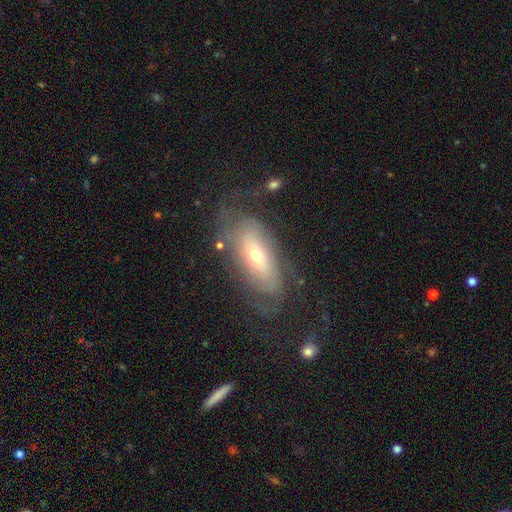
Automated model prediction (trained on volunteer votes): This is likely a featured or disk galaxy (72%). It is clearly not viewed edge-on (89%). Bar: likely no (66%). Spiral arm pattern: likely yes (77%). Central bulge: possibly moderate (59%). Merging: likely none (64%).